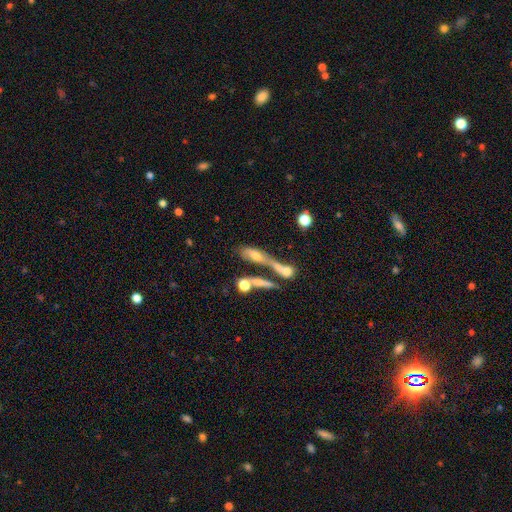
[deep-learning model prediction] Smooth or featured? smooth (51%)
How rounded? cigar-shaped (47%)
Merging? merger (46%)